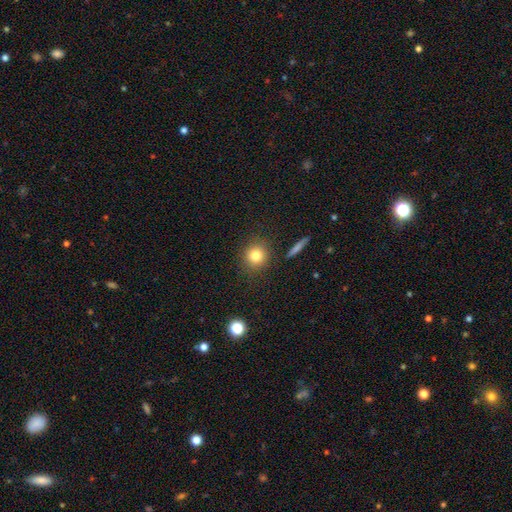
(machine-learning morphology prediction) smooth 80%, star or artifact 11%, featured or disk 9%. Down the decision tree: how rounded — round (85%); merging — none (87%).